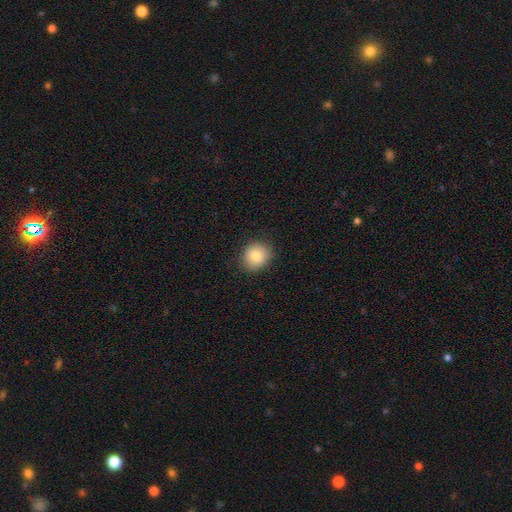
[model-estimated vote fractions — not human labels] This is clearly a smooth galaxy (82%). How rounded: likely round (78%). Merging: clearly none (87%).